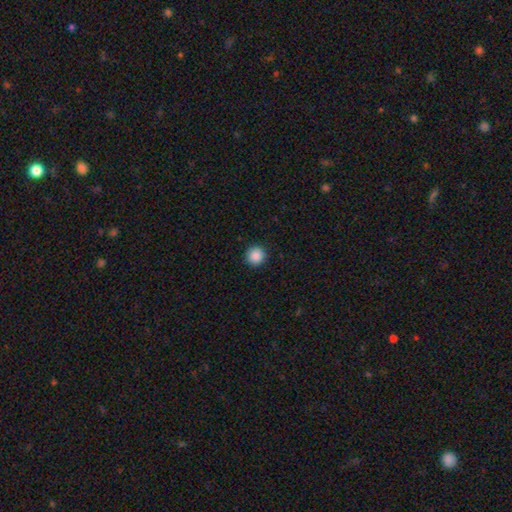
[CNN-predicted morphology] Smooth or featured? Predicted: smooth (p=0.89). How rounded? Predicted: round (p=0.95). Merging? Predicted: none (p=0.93).